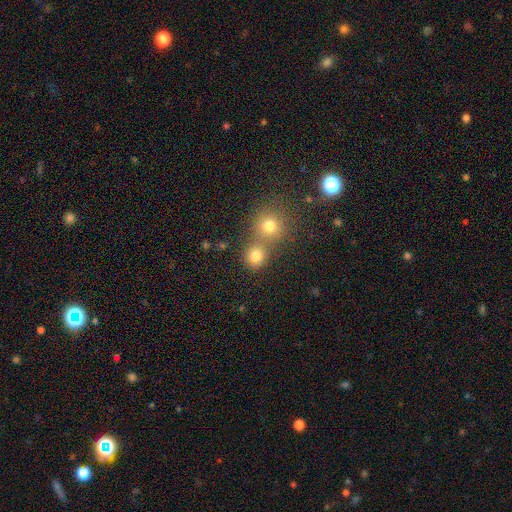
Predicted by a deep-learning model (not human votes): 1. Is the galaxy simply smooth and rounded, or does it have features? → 78% smooth, 15% star or artifact, 7% featured or disk.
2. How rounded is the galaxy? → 85% round, 14% in between, 1% cigar-shaped.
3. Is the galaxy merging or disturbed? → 54% none, 36% merger, 7% minor disturbance, 3% major disturbance.